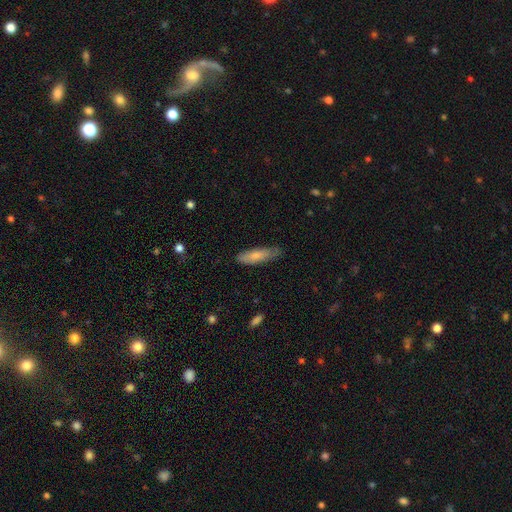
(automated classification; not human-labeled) This is likely a smooth galaxy (75%). How rounded: possibly cigar-shaped (53%). Merging: likely none (72%).